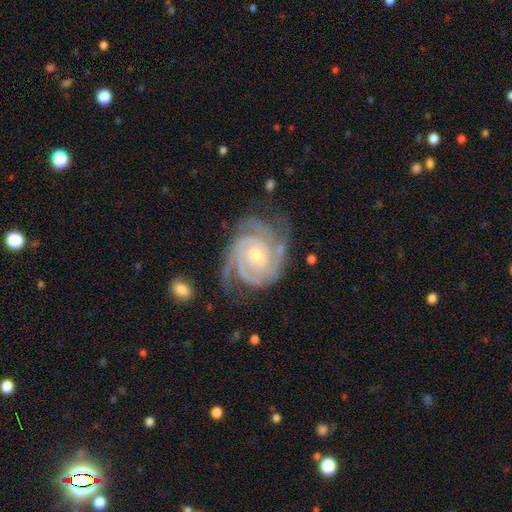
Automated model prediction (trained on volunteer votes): featured or disk 92%, star or artifact 4%, smooth 4%. Down the decision tree: edge-on disk — no (98%); bar — no (60%); spiral arms — yes (98%); spiral arm count — 2 (34%); spiral winding — tight (76%); bulge size — moderate (49%); merging — none (68%).